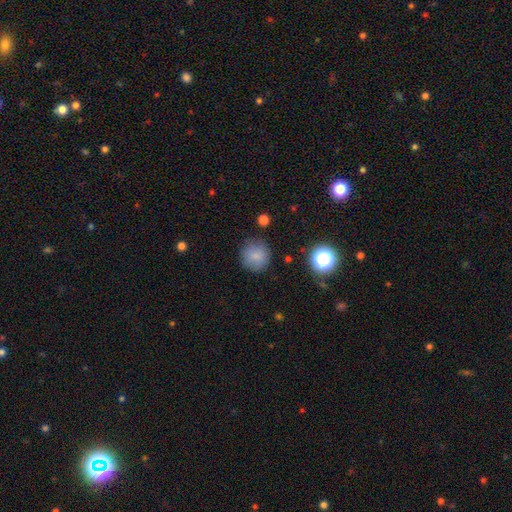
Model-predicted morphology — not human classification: Smooth or featured: smooth — 82% (star or artifact — 11%)
How rounded: round — 92% (in between — 7%)
Merging: none — 83% (minor disturbance — 11%)